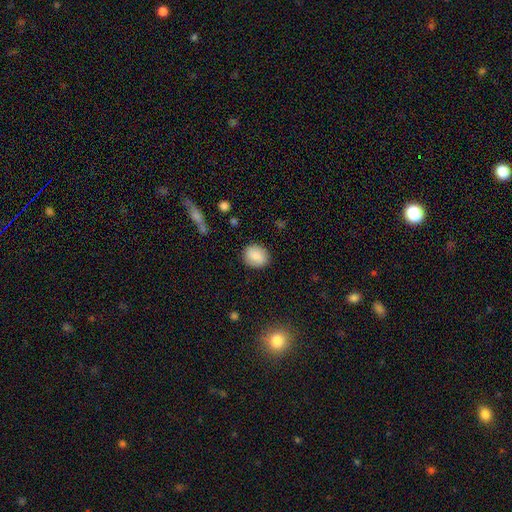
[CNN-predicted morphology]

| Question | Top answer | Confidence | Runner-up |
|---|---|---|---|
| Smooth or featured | smooth | 86% | star or artifact (8%) |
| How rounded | round | 68% | in between (31%) |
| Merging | none | 88% | minor disturbance (9%) |